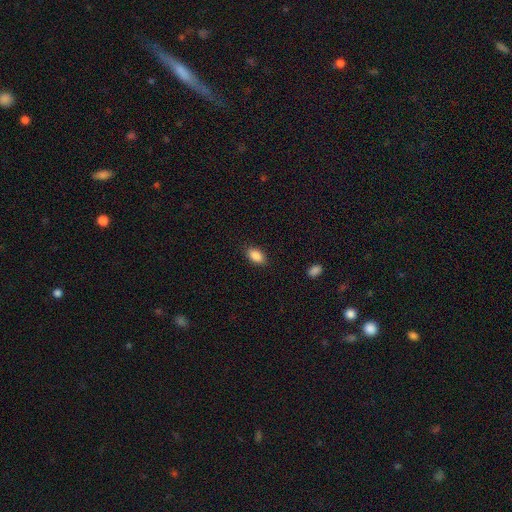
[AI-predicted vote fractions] smooth_or_featured: smooth (p=0.88) [alt: star or artifact p=0.08]
how_rounded: in between (p=0.90) [alt: round p=0.07]
merging: none (p=0.86) [alt: minor disturbance p=0.10]